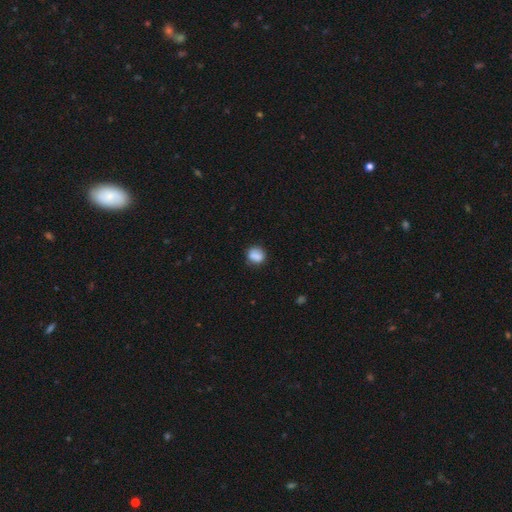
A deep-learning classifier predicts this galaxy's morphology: smooth-or-featured: smooth: 82% | star or artifact: 9% | featured or disk: 9%
  how-rounded: round: 74% | in between: 25% | cigar-shaped: 1%
  merging: none: 72% | minor disturbance: 19% | major disturbance: 5% | merger: 5%